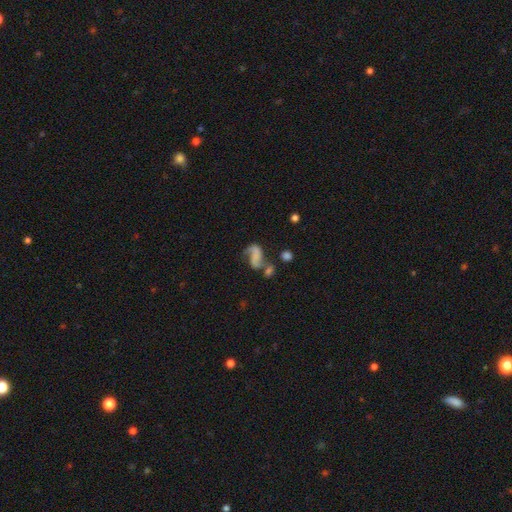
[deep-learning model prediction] Morphology: type=featured or disk (54%); edge-on=no (97%); bar=no (65%); spiral arms=yes (72%); bulge=none (72%); merging=merger (32%).